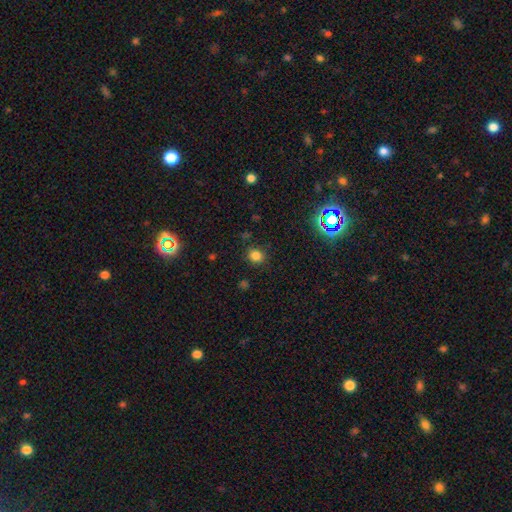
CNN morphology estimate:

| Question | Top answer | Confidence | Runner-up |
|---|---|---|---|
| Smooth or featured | smooth | 79% | star or artifact (16%) |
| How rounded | round | 78% | in between (21%) |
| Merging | none | 84% | minor disturbance (10%) |